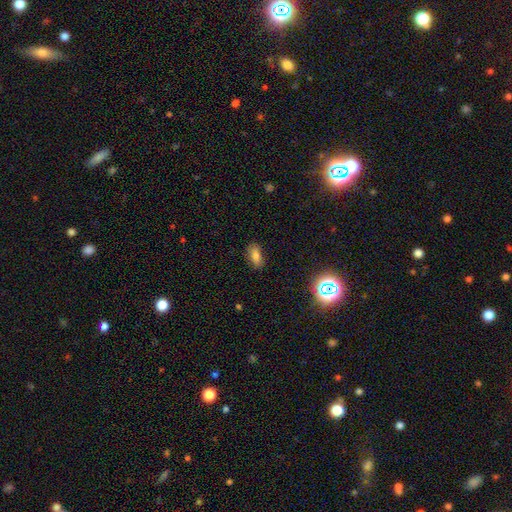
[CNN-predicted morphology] Smooth or featured?
  - smooth: 77% *
  - star or artifact: 14%
  - featured or disk: 10%
How rounded?
  - in between: 88% *
  - cigar-shaped: 6%
  - round: 6%
Merging?
  - none: 85% *
  - minor disturbance: 11%
  - major disturbance: 3%
  - merger: 1%